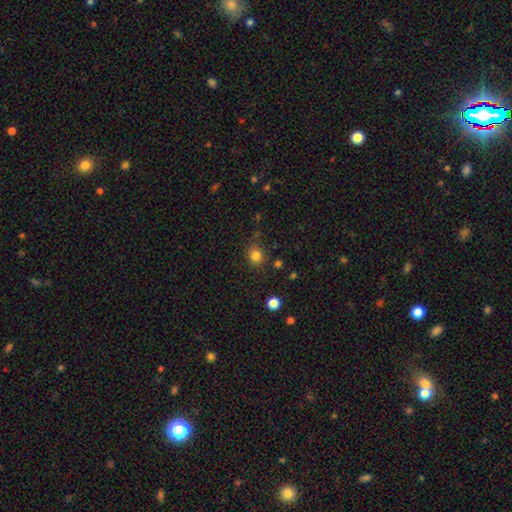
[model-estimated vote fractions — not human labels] smooth_or_featured: smooth (p=0.82) [alt: star or artifact p=0.13]
how_rounded: round (p=0.83) [alt: in between p=0.17]
merging: none (p=0.81) [alt: minor disturbance p=0.13]